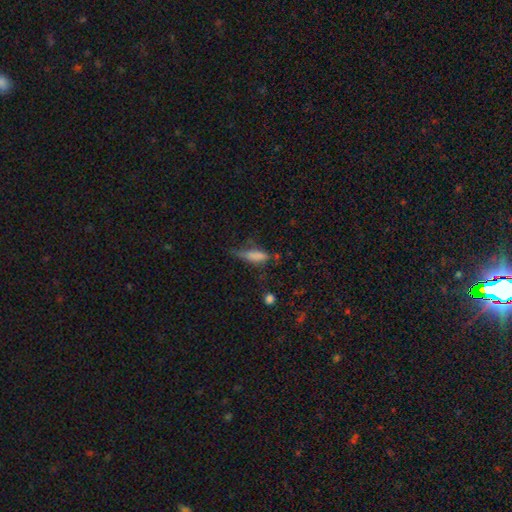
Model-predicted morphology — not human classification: Overall: smooth (73%). How rounded: in between (51%; cigar-shaped 46%). Merging: none (36%; minor disturbance 34%).